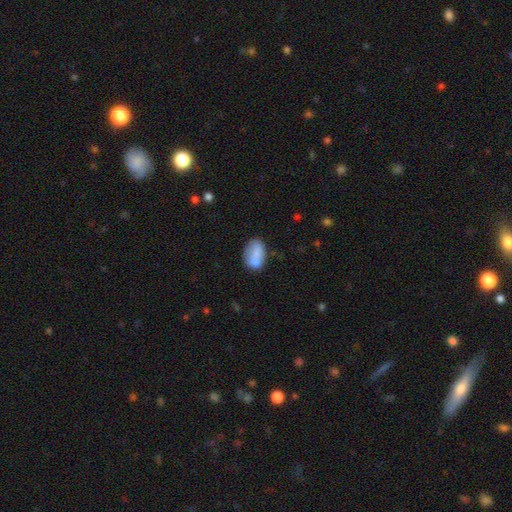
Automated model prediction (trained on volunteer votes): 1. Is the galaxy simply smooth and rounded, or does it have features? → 74% smooth, 18% featured or disk, 8% star or artifact.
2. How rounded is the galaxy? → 87% in between, 11% round, 2% cigar-shaped.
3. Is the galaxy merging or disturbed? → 52% none, 22% minor disturbance, 18% merger, 8% major disturbance.